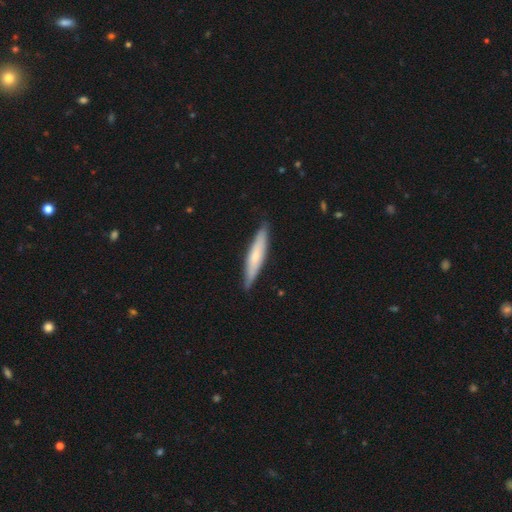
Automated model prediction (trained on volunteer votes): Q: Smooth or featured?
A: smooth (58%); runner-up: featured or disk (37%)
Q: How rounded?
A: cigar-shaped (88%); runner-up: in between (10%)
Q: Merging?
A: none (87%); runner-up: minor disturbance (11%)